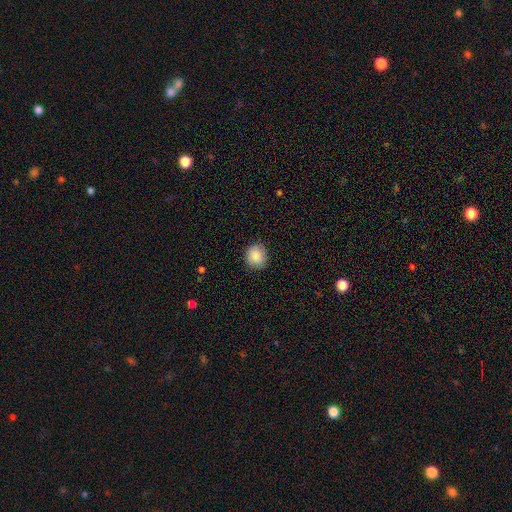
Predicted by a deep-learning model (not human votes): This appears to be a smooth galaxy with no disk features (87%) that is round (83%). Merging: none (86%).